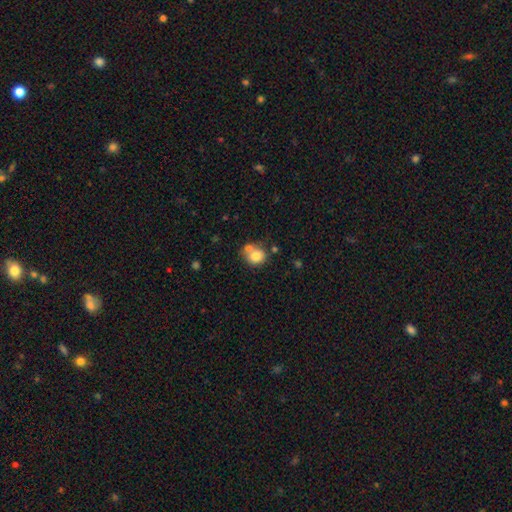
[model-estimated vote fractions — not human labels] Overall: smooth (77%). How rounded: round (75%). Merging: none (44%; merger 39%).